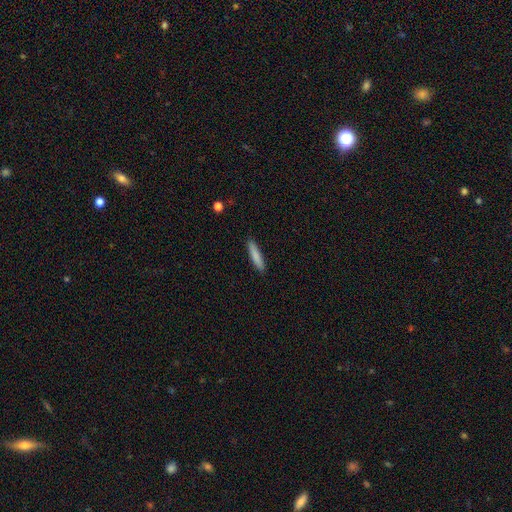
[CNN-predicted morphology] Smooth or featured?
  - smooth: 83% *
  - featured or disk: 11%
  - star or artifact: 6%
How rounded?
  - cigar-shaped: 87% *
  - in between: 11%
  - round: 1%
Merging?
  - none: 90% *
  - minor disturbance: 7%
  - major disturbance: 2%
  - merger: 1%